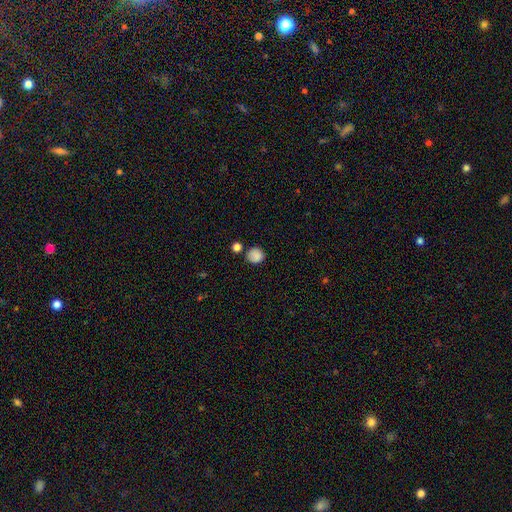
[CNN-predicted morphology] smooth-or-featured: smooth: 85% | star or artifact: 10% | featured or disk: 5%
  how-rounded: round: 86% | in between: 13% | cigar-shaped: 1%
  merging: none: 74% | minor disturbance: 14% | merger: 8% | major disturbance: 4%